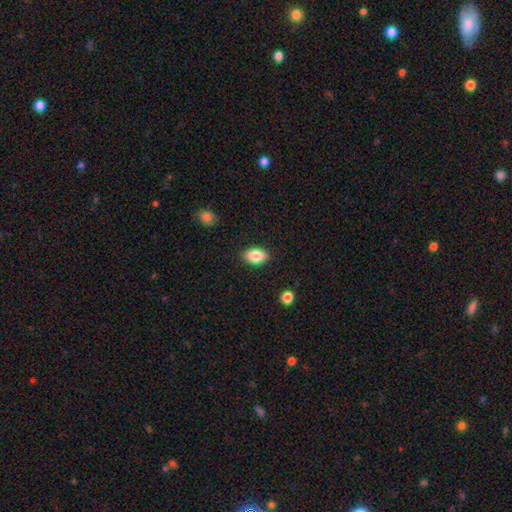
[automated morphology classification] A smooth galaxy with no disk features (86%) that is in between round and cigar-shaped (89%). Merging: none (87%).